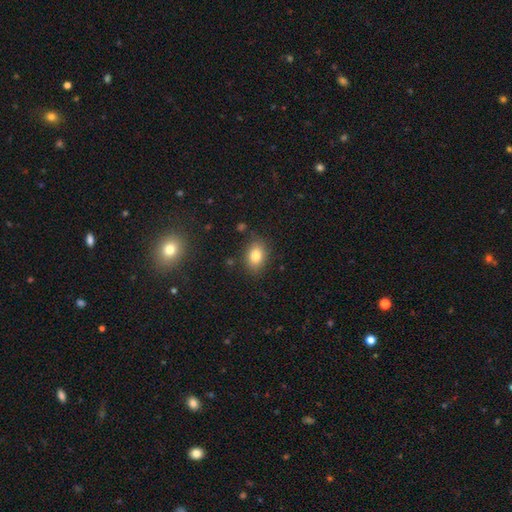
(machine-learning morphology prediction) A smooth galaxy with no disk features (81%) that is in between round and cigar-shaped (75%).

Vote fractions:
- Smooth or featured? smooth: 81% / star or artifact: 10% / featured or disk: 9%
- How rounded? in between: 75% / round: 24% / cigar-shaped: 1%
- Merging? none: 83% / minor disturbance: 12% / major disturbance: 3% / merger: 2%